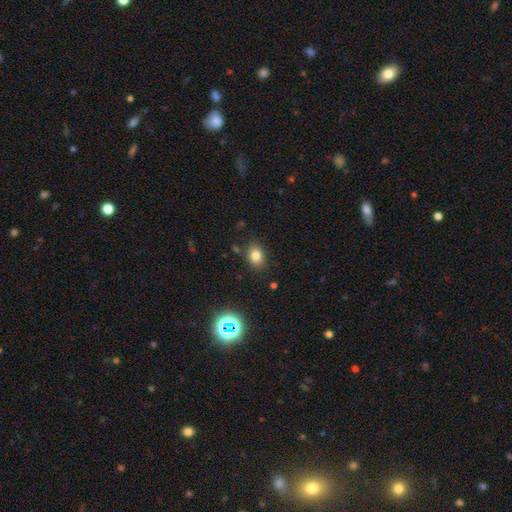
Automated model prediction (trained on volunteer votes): Q: Smooth or featured?
A: smooth (78%); runner-up: star or artifact (13%)
Q: How rounded?
A: in between (69%); runner-up: round (30%)
Q: Merging?
A: none (81%); runner-up: minor disturbance (12%)